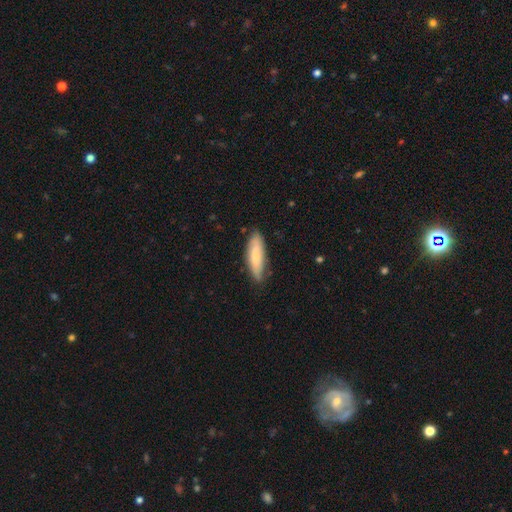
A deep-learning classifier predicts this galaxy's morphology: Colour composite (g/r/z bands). It shows a smooth galaxy with no disk features (71%) that is cigar-shaped (57%). Merging: none (77%).